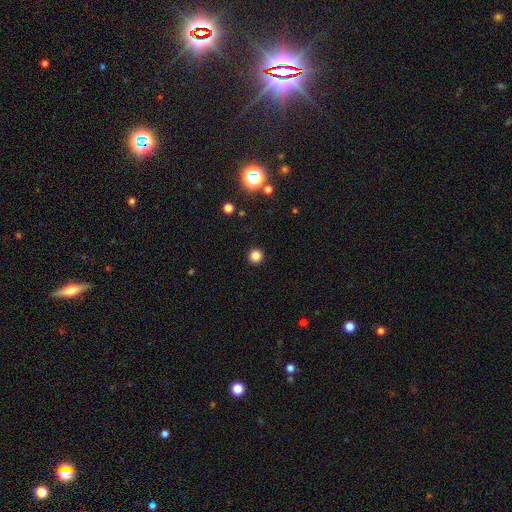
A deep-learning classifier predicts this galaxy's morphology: Q: Smooth or featured?
A: smooth (84%); runner-up: star or artifact (13%)
Q: How rounded?
A: round (95%); runner-up: in between (4%)
Q: Merging?
A: none (93%); runner-up: minor disturbance (4%)